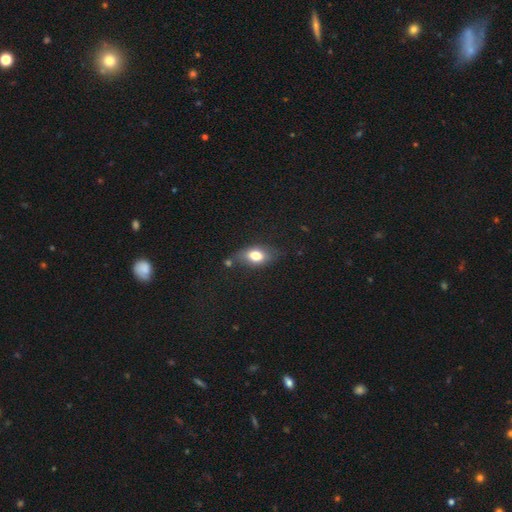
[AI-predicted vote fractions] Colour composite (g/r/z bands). It shows a smooth galaxy with no disk features (73%) that is in between round and cigar-shaped (82%). Merging: none (67%).